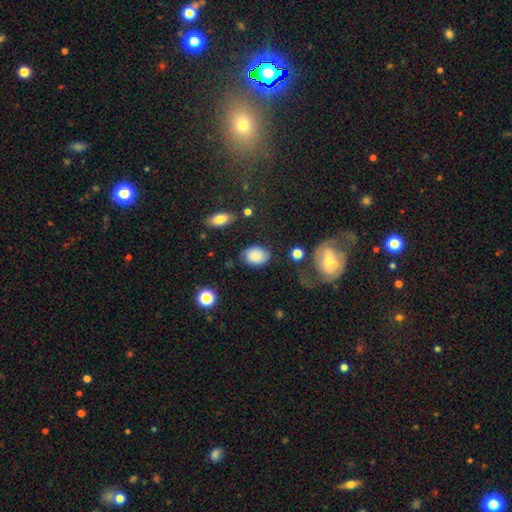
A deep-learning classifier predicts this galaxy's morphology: This is clearly a smooth galaxy (83%). How rounded: likely in between (74%). Merging: likely none (74%).